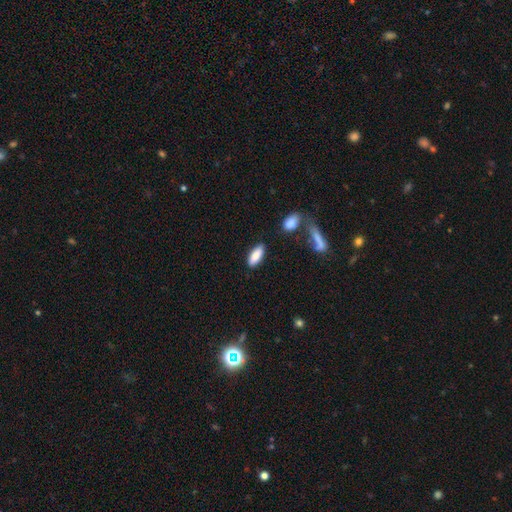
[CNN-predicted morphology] A smooth galaxy with no disk features (83%) that is in between round and cigar-shaped (78%). Merging: none (81%).